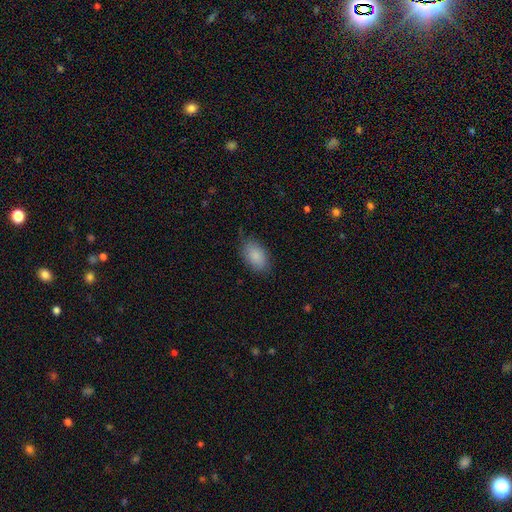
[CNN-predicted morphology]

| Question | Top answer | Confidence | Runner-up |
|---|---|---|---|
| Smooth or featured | smooth | 86% | featured or disk (7%) |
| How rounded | in between | 92% | round (6%) |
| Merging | none | 78% | minor disturbance (17%) |